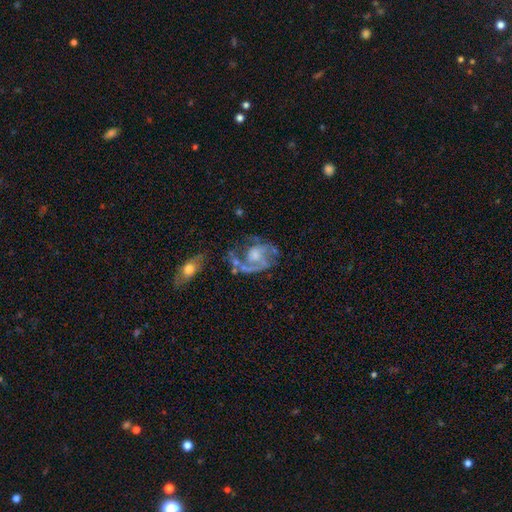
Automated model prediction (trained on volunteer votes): Smooth or featured?
  - featured or disk: 74% *
  - smooth: 19%
  - star or artifact: 8%
Edge-on disk?
  - no: 97% *
  - yes: 3%
Bar?
  - no: 75% *
  - weak: 21%
  - strong: 4%
Spiral arms?
  - yes: 75% *
  - no: 25%
Spiral winding?
  - medium: 43% *
  - loose: 30%
  - tight: 27%
Spiral arm count?
  - 2: 37% *
  - 1: 34%
  - can't tell: 18%
  - 3: 6%
  - 4: 2%
  - more than 4: 2%
Bulge size?
  - moderate: 44% *
  - small: 26%
  - none: 15%
  - large: 13%
  - dominant: 2%
Merging?
  - none: 37% *
  - major disturbance: 32%
  - minor disturbance: 20%
  - merger: 11%